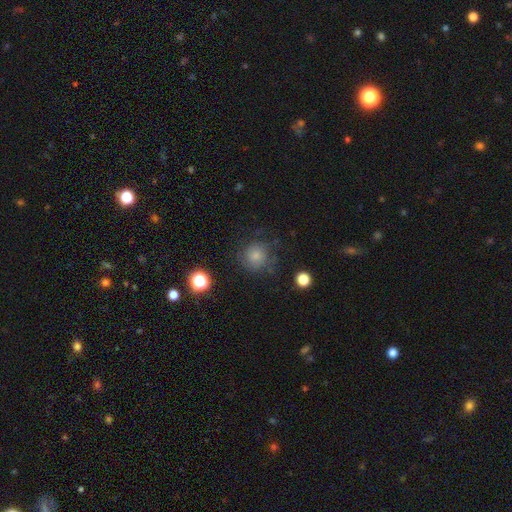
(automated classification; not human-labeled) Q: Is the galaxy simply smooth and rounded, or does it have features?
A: smooth — 63%.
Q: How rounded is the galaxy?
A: round — 92%.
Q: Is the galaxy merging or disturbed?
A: none — 75%.